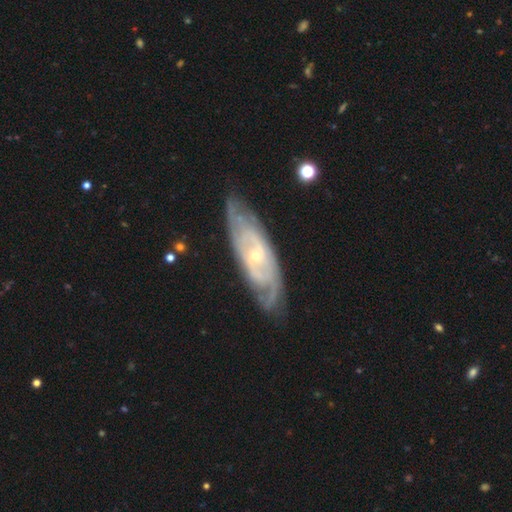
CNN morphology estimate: A featured or disk galaxy (84%) with no bar (59%), tight (60%) spiral arms (92%) and a small central bulge (74%).

Vote fractions:
- Smooth or featured? featured or disk: 84% / smooth: 11% / star or artifact: 5%
- Edge-on disk? no: 85% / yes: 15%
- Bar? no: 59% / weak: 32% / strong: 9%
- Spiral arms? yes: 92% / no: 8%
- Spiral winding? tight: 60% / medium: 32% / loose: 9%
- Spiral arm count? can't tell: 41% / 2: 35% / 3: 10% / 4: 6% / more than 4: 4% / 1: 4%
- Bulge size? small: 74% / moderate: 23% / none: 1% / large: 1% / dominant: 1%
- Merging? none: 75% / minor disturbance: 18% / major disturbance: 5% / merger: 2%